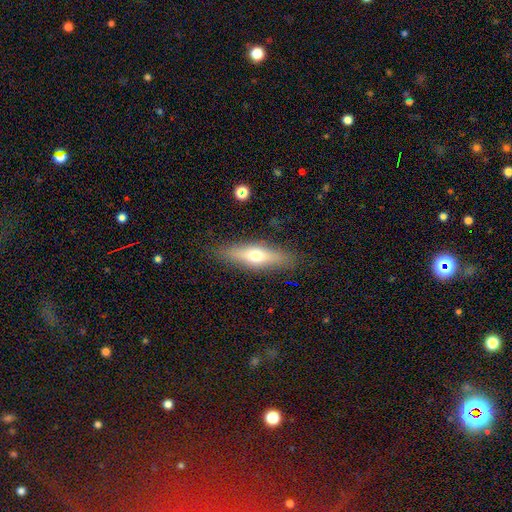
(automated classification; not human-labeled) Overall: smooth (54%; featured or disk 39%). How rounded: cigar-shaped (61%; in between 36%). Merging: none (86%).